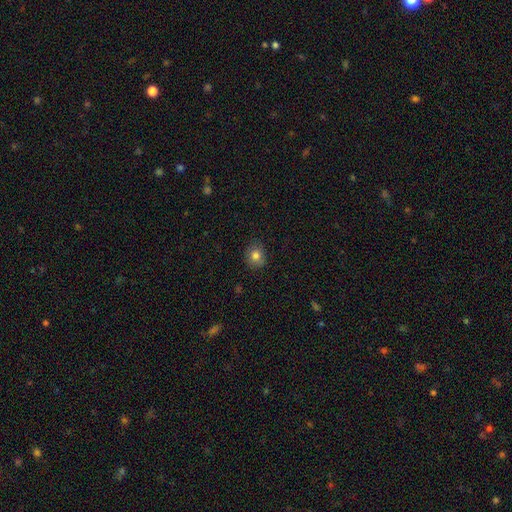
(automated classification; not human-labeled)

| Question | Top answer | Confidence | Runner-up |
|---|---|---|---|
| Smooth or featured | smooth | 81% | star or artifact (11%) |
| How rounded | round | 76% | in between (23%) |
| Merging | none | 85% | minor disturbance (12%) |